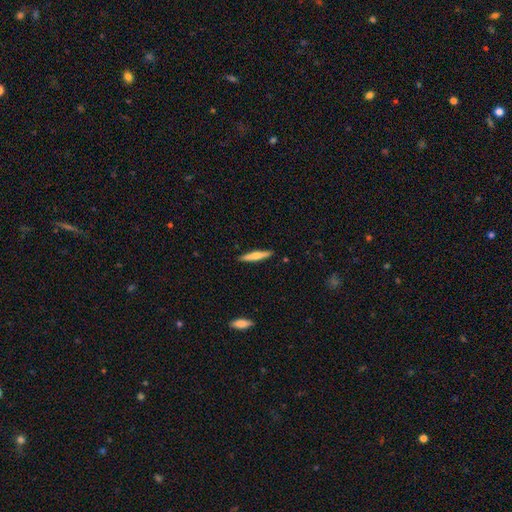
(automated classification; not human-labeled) This is likely a smooth galaxy (61%). How rounded: clearly cigar-shaped (91%). Merging: clearly none (91%).